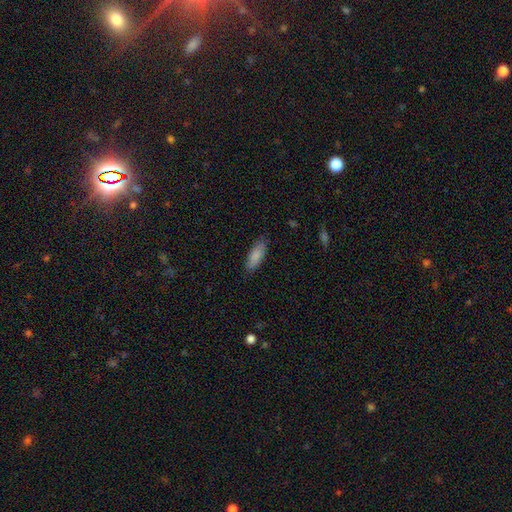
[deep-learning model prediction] Morphology: type=smooth (86%); roundness=in between (65%); merging=none (82%).